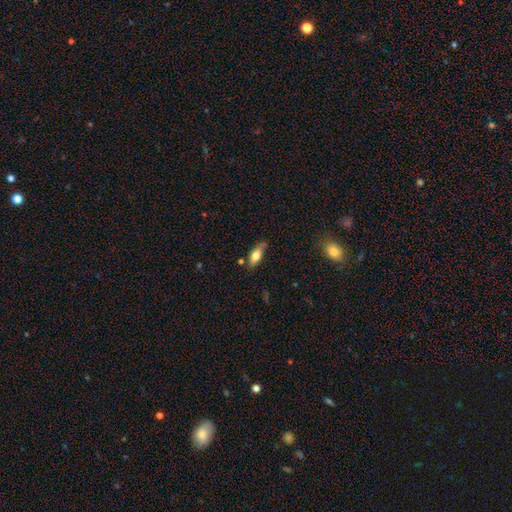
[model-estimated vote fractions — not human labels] Morphology: type=smooth (70%); roundness=in between (76%); merging=none (68%).